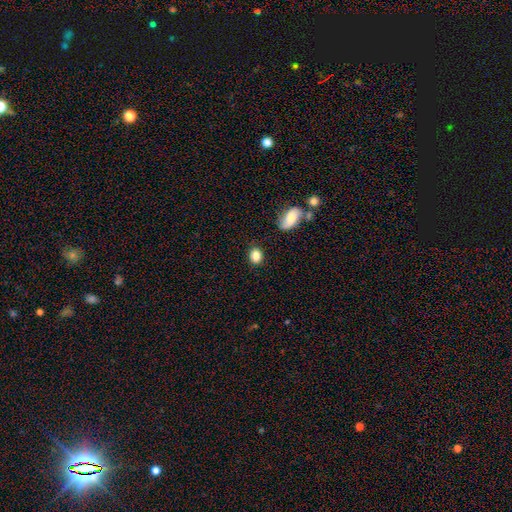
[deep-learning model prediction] Morphology: type=smooth (85%); roundness=in between (52%); merging=none (83%).